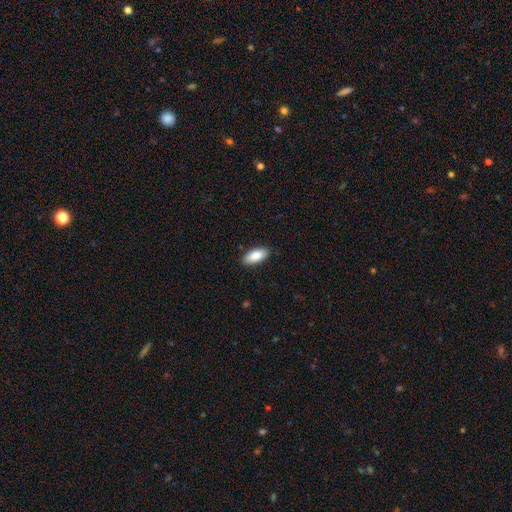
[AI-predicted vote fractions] Q: Smooth or featured?
A: smooth (88%); runner-up: featured or disk (6%)
Q: How rounded?
A: in between (90%); runner-up: cigar-shaped (8%)
Q: Merging?
A: none (88%); runner-up: minor disturbance (9%)